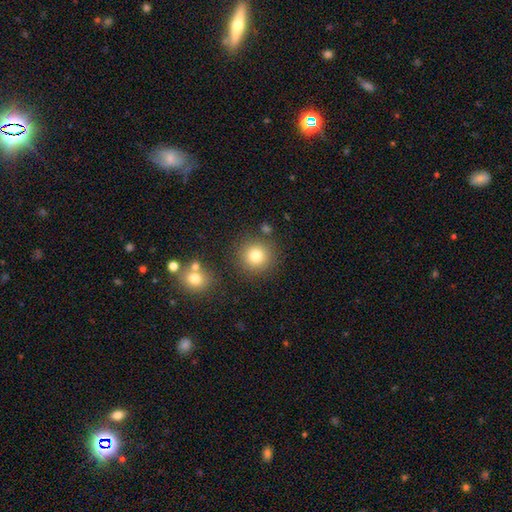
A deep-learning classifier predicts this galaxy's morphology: Q: Smooth or featured?
A: smooth (80%); runner-up: star or artifact (12%)
Q: How rounded?
A: round (94%); runner-up: in between (5%)
Q: Merging?
A: none (84%); runner-up: minor disturbance (8%)